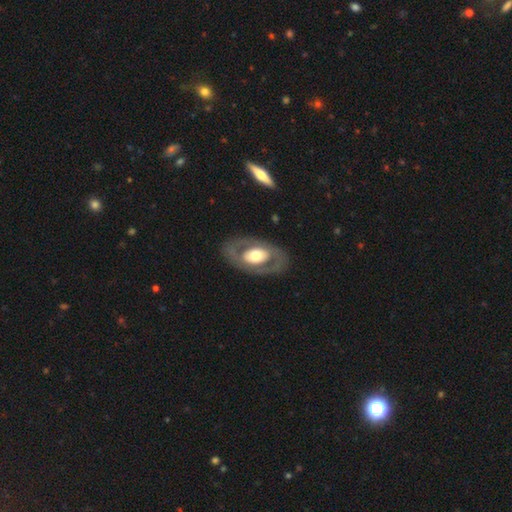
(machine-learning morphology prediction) This is likely a featured or disk galaxy (64%). It is clearly not viewed edge-on (91%). Bar: likely no (75%). Spiral arm pattern: likely no (73%). Central bulge: possibly moderate (51%). Merging: clearly none (82%).